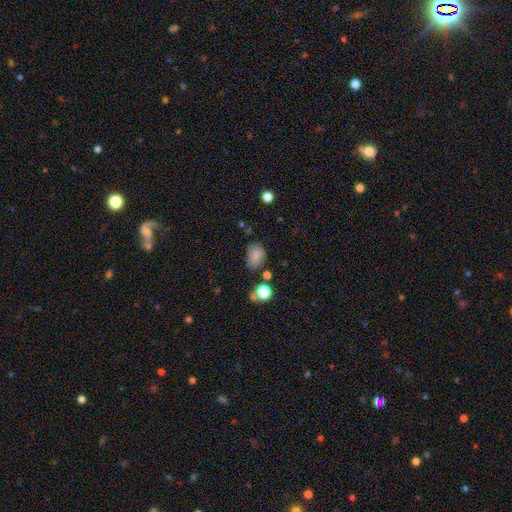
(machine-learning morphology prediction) A smooth galaxy with no disk features (79%) that is in between round and cigar-shaped (73%). Merging: none (62%).